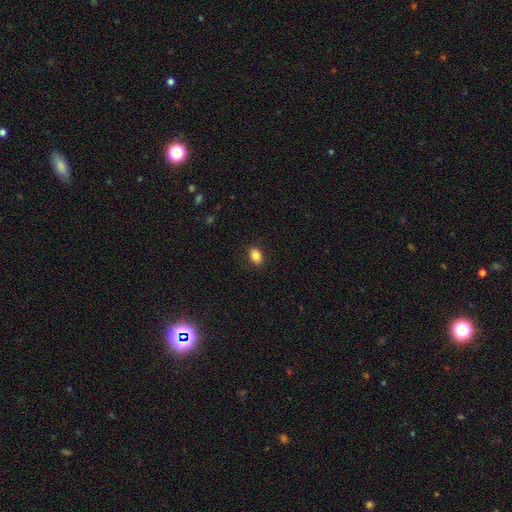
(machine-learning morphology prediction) Smooth or featured? smooth (85%)
How rounded? in between (73%)
Merging? none (88%)